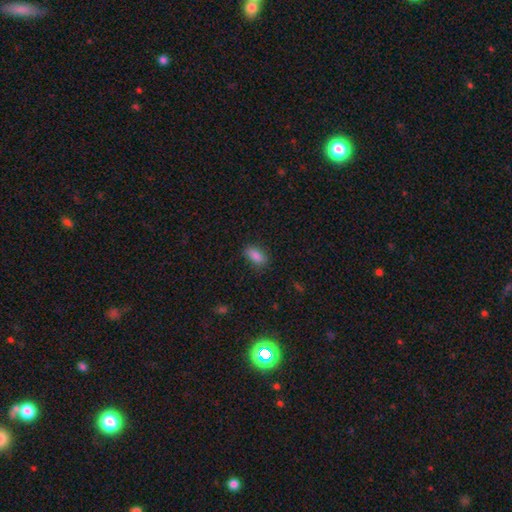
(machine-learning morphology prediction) The model was most divided on "merging": none: 81%, minor disturbance: 15%, major disturbance: 3%, merger: 1%. More confident: how rounded — in between (87%); smooth or featured — smooth (86%).